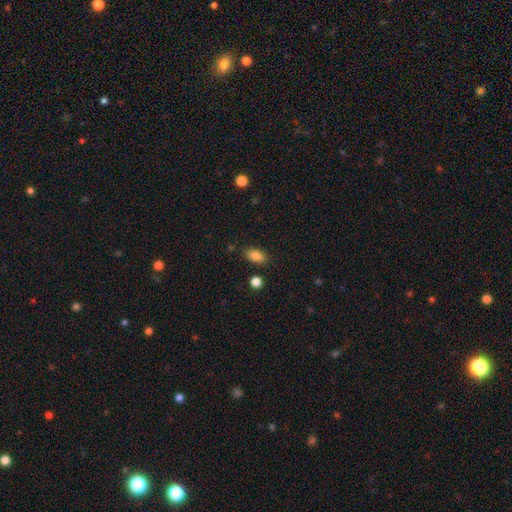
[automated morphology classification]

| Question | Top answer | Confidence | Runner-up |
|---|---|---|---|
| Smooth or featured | smooth | 86% | star or artifact (9%) |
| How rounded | in between | 89% | round (8%) |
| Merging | none | 84% | minor disturbance (10%) |